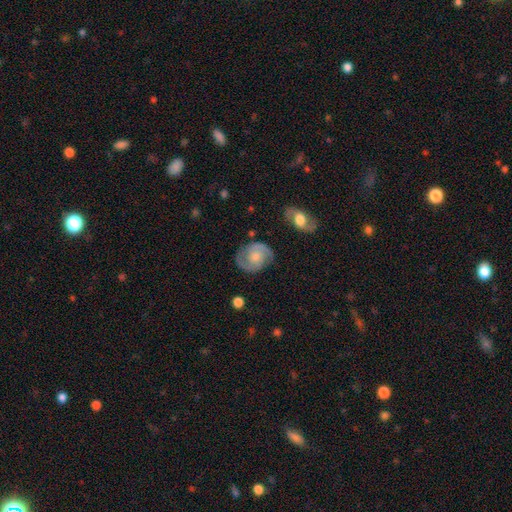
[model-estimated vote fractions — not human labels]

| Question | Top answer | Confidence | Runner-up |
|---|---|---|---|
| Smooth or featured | featured or disk | 73% | smooth (21%) |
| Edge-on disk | no | 97% | yes (3%) |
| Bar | no | 67% | weak (28%) |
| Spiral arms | yes | 91% | no (9%) |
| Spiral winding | medium | 49% | tight (37%) |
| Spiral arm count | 2 | 87% | can't tell (7%) |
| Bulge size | moderate | 47% | small (43%) |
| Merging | none | 76% | minor disturbance (17%) |